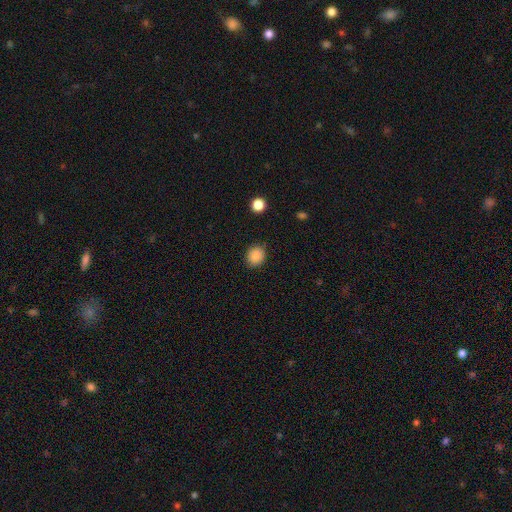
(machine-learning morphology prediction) smooth_or_featured: smooth (p=0.87) [alt: star or artifact p=0.09]
how_rounded: round (p=0.75) [alt: in between p=0.24]
merging: none (p=0.86) [alt: minor disturbance p=0.10]